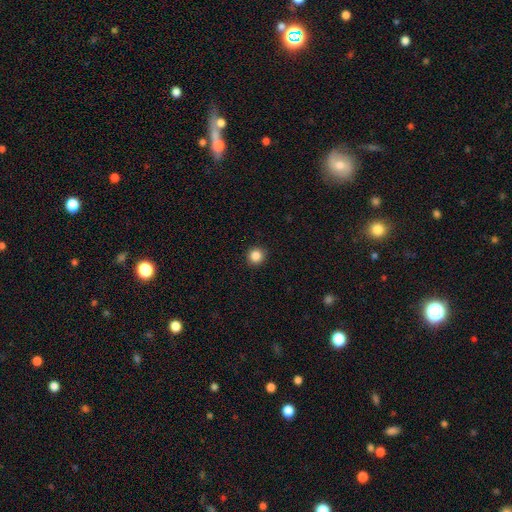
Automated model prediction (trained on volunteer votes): This is clearly a smooth galaxy (86%). How rounded: clearly round (94%). Merging: clearly none (93%).